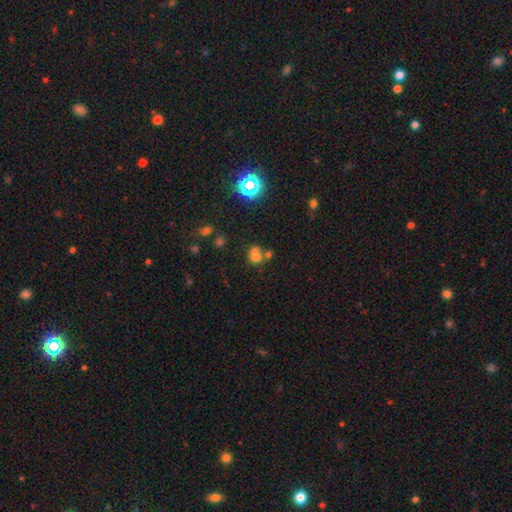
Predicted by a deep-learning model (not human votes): smooth 63%, star or artifact 21%, featured or disk 16%. Down the decision tree: how rounded — round (74%); merging — merger (50%).